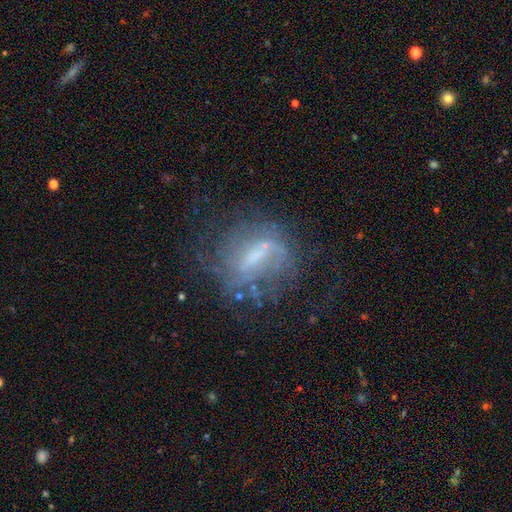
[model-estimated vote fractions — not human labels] Overall: featured or disk (67%). Edge-on disk: no (90%). Bar: strong (44%; weak 38%). Spiral arms: yes (58%; no 42%). Bulge size: small (38%; moderate 28%). Merging: none (53%; major disturbance 23%).